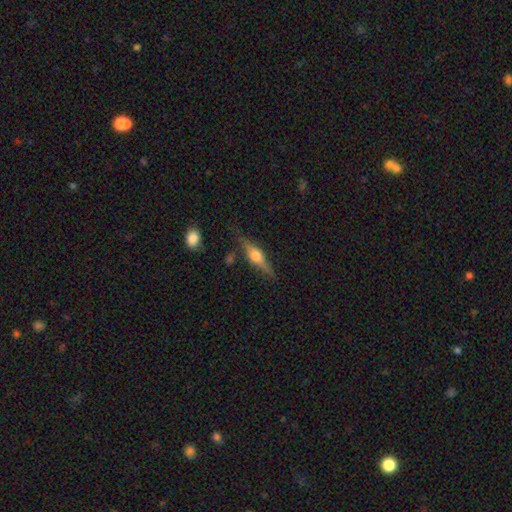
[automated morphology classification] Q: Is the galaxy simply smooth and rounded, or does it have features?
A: featured or disk — 68%.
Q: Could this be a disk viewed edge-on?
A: yes — 95%.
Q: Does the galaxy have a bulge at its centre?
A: rounded — 93%.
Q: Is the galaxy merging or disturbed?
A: none — 78%.